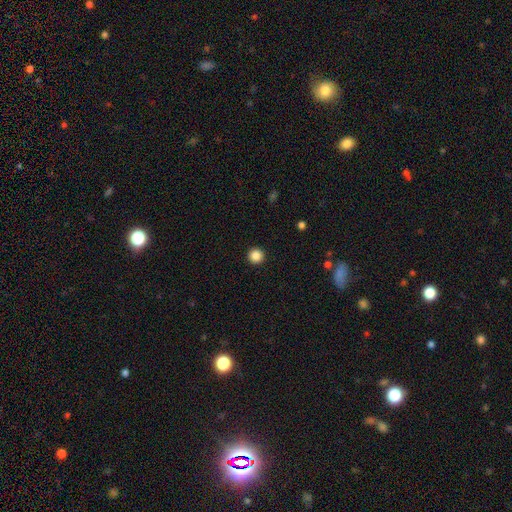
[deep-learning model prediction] smooth-or-featured: smooth: 87% | star or artifact: 11% | featured or disk: 3%
  how-rounded: round: 97% | in between: 2% | cigar-shaped: 1%
  merging: none: 94% | minor disturbance: 4% | major disturbance: 1% | merger: 1%